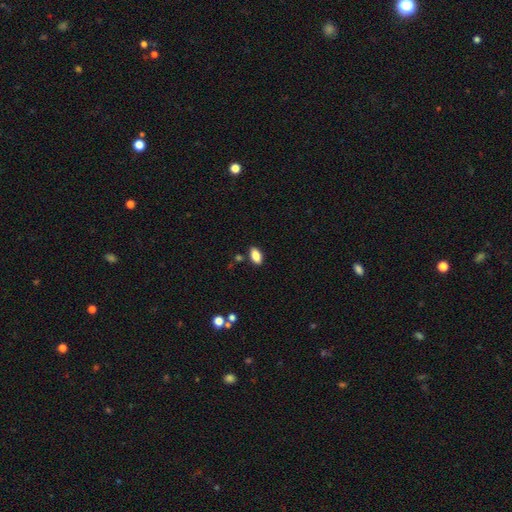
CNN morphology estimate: Smooth or featured? smooth (86%)
How rounded? in between (91%)
Merging? none (86%)